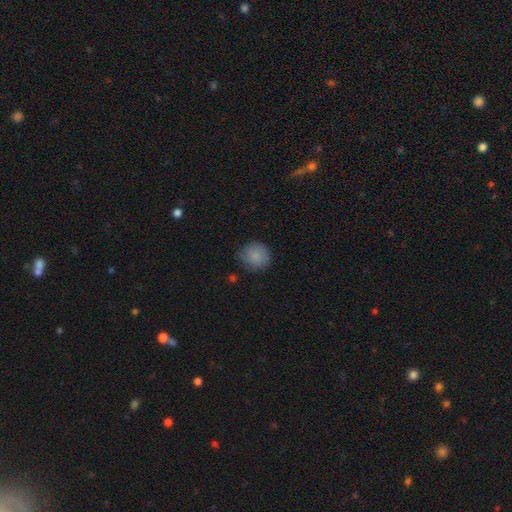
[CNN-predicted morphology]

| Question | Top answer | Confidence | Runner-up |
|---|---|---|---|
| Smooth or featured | smooth | 85% | star or artifact (8%) |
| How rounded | round | 88% | in between (11%) |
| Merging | none | 74% | minor disturbance (21%) |